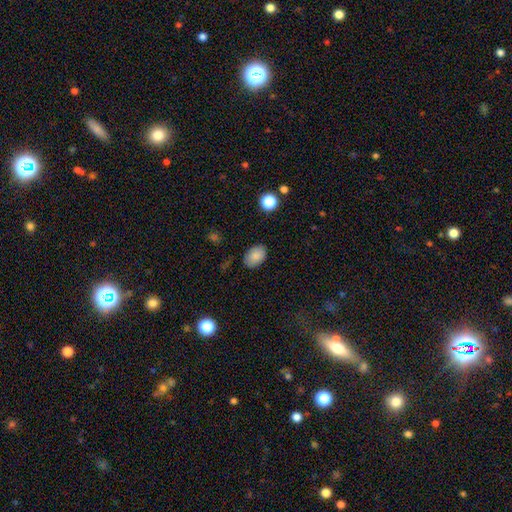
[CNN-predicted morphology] Smooth or featured? Predicted: smooth (p=0.86). How rounded? Predicted: in between (p=0.87). Merging? Predicted: none (p=0.84).